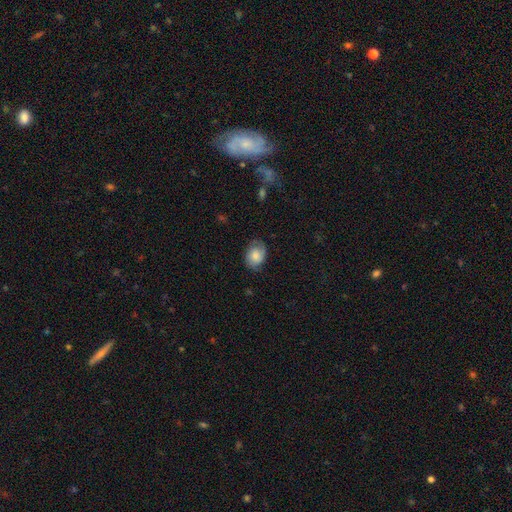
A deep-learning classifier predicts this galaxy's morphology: A smooth galaxy with no disk features (63%) that is in between round and cigar-shaped (69%).

Vote fractions:
- Smooth or featured? smooth: 63% / featured or disk: 29% / star or artifact: 8%
- How rounded? in between: 69% / round: 30% / cigar-shaped: 1%
- Merging? none: 69% / minor disturbance: 23% / major disturbance: 7% / merger: 1%